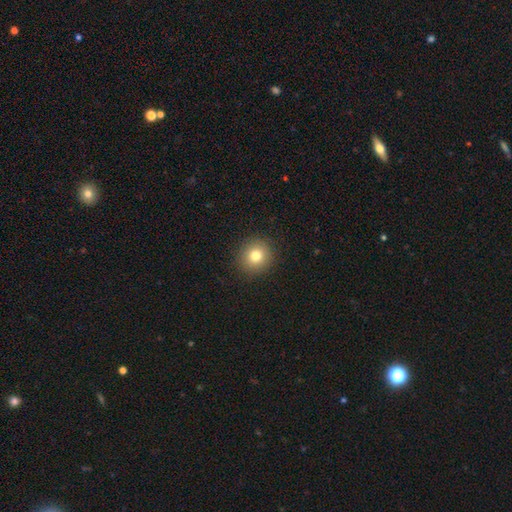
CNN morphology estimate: Smooth or featured? smooth (79%)
How rounded? round (90%)
Merging? none (91%)